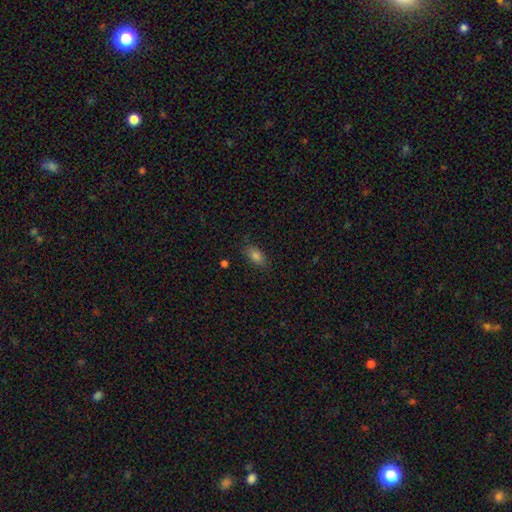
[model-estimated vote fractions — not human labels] smooth-or-featured: smooth: 80% | star or artifact: 12% | featured or disk: 8%
  how-rounded: in between: 86% | round: 8% | cigar-shaped: 6%
  merging: none: 82% | minor disturbance: 13% | major disturbance: 3% | merger: 1%